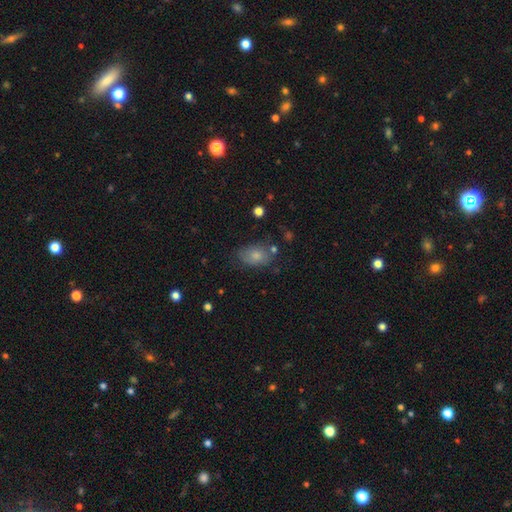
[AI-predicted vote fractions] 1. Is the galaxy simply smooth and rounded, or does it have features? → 77% smooth, 14% featured or disk, 9% star or artifact.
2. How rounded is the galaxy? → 84% in between, 15% round, 2% cigar-shaped.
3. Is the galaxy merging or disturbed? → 61% none, 25% minor disturbance, 8% major disturbance, 5% merger.